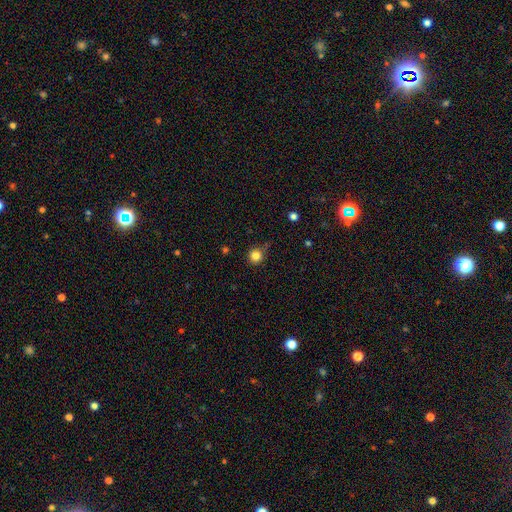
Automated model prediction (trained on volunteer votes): Overall: smooth (82%). How rounded: round (93%). Merging: none (77%).